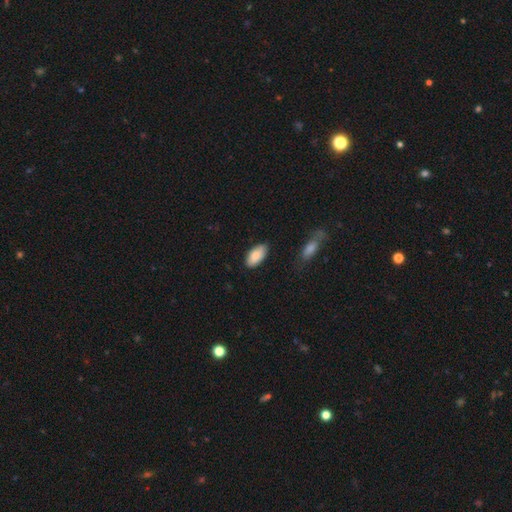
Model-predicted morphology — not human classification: A smooth galaxy with no disk features (87%) that is in between round and cigar-shaped (93%). Merging: none (81%).